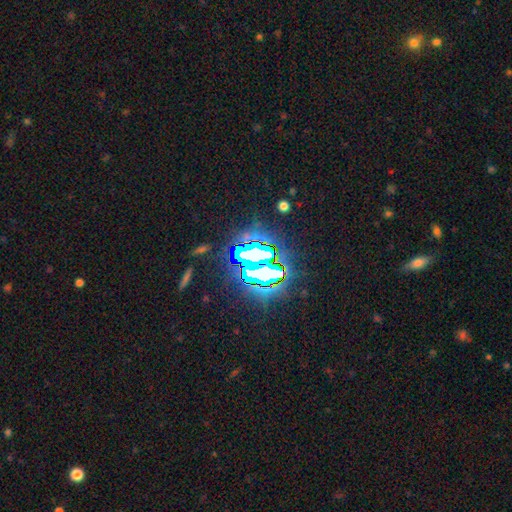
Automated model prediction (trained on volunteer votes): smooth_or_featured: star or artifact (p=0.74) [alt: featured or disk p=0.13]